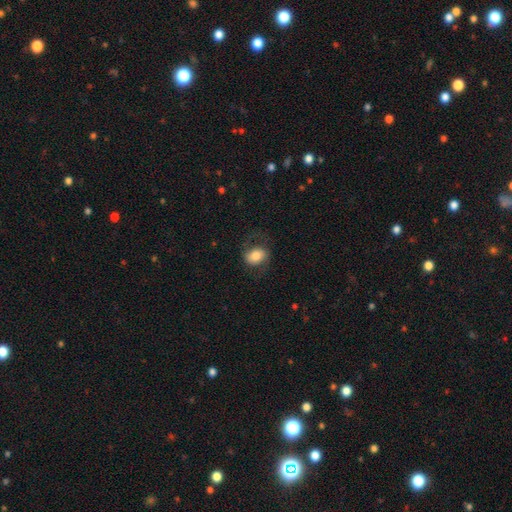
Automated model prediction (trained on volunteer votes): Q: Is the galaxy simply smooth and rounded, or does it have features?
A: smooth — 60%.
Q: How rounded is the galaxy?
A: in between — 68%.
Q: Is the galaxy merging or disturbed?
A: none — 67%.